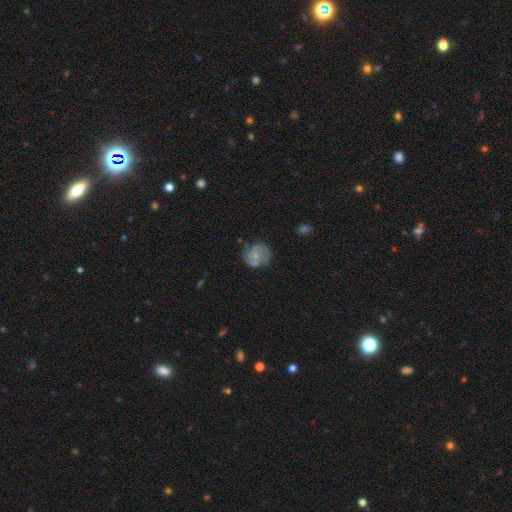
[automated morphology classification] The model was most divided on "smooth or featured": featured or disk: 58%, smooth: 34%, star or artifact: 8%. More confident: edge-on disk — no (98%); spiral arms — yes (76%); bar — no (70%); bulge size — small (65%); merging — none (60%).